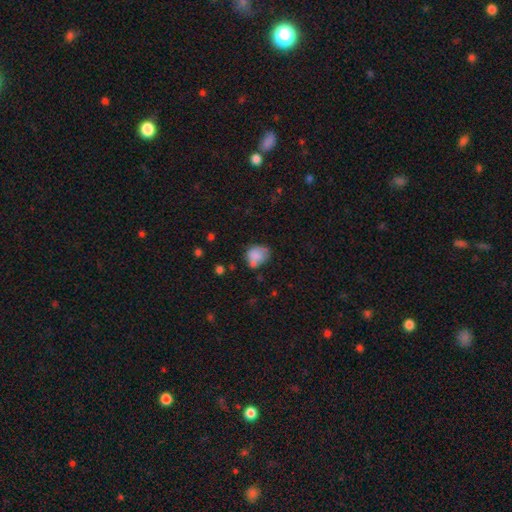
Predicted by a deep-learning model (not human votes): Overall: smooth (77%). How rounded: round (56%; in between 43%). Merging: none (48%; minor disturbance 26%).